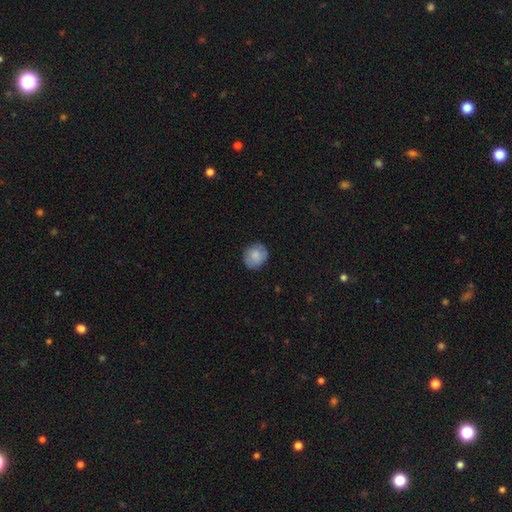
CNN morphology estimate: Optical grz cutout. It shows a smooth galaxy with no disk features (78%) that is round (76%). Merging: none (83%).